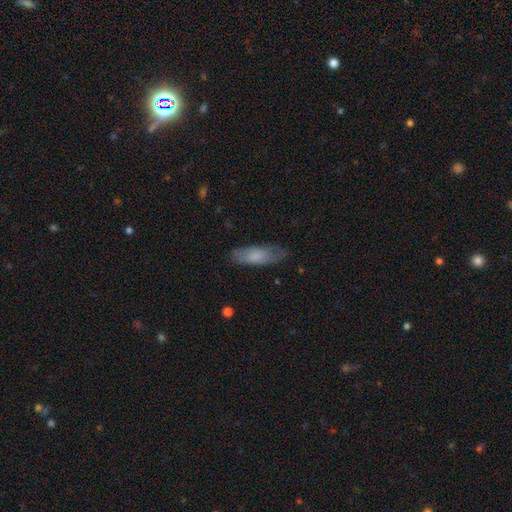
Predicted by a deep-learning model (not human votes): This is likely a smooth galaxy (72%). How rounded: possibly in between (59%). Merging: likely none (73%).